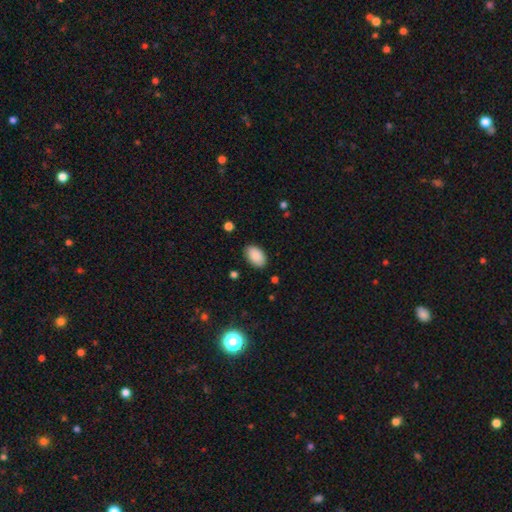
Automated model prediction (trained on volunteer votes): smooth 89%, star or artifact 7%, featured or disk 4%. Down the decision tree: how rounded — in between (93%); merging — none (86%).